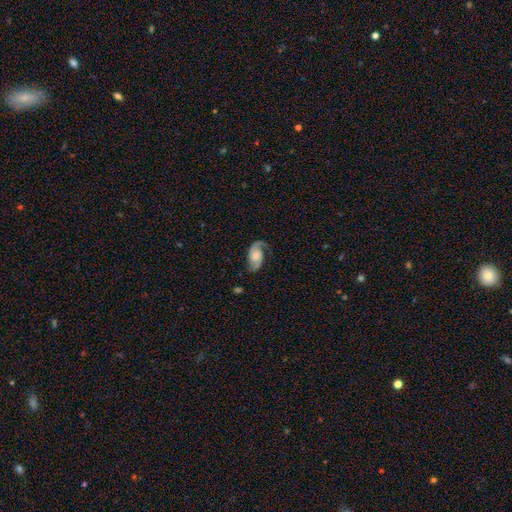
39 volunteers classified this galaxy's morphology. Volunteers were most divided on "merging": none: 50%, minor disturbance: 29%, major disturbance: 21%, merger: 0%. More confident: edge-on disk — no (97%); spiral arms — yes (94%); spiral arm count — 2 (90%); smooth or featured — featured or disk (85%); bar — no (59%); spiral winding — medium (57%); bulge size — moderate (50%).